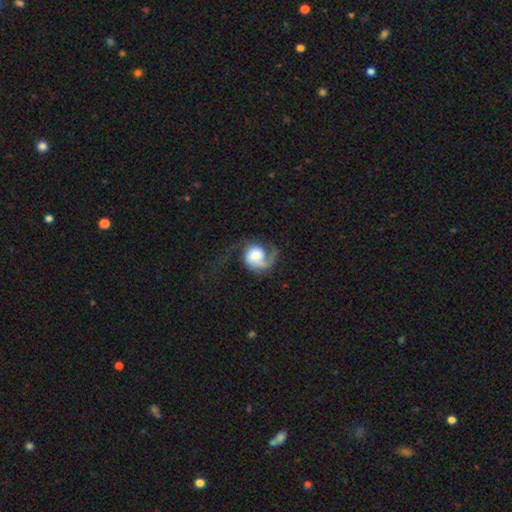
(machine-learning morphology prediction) Smooth or featured: featured or disk — 65% (smooth — 28%)
Edge-on disk: no — 98% (yes — 2%)
Bar: no — 73% (weak — 22%)
Spiral arms: yes — 91% (no — 9%)
Spiral winding: loose — 44% (medium — 36%)
Spiral arm count: 1 — 68% (2 — 25%)
Bulge size: moderate — 45% (large — 30%)
Merging: none — 40% (major disturbance — 39%)